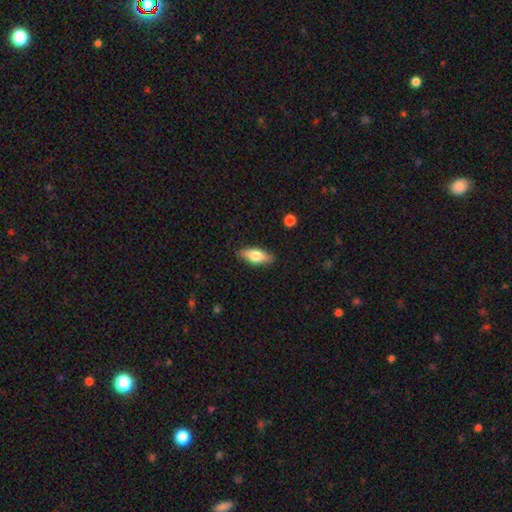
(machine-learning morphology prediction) type=smooth (66%); roundness=in between (73%); merging=none (86%).